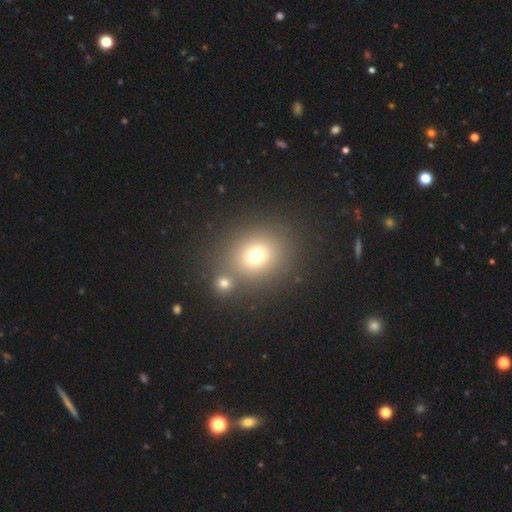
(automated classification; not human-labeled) Smooth or featured? Predicted: smooth (p=0.71). How rounded? Predicted: round (p=0.75). Merging? Predicted: none (p=0.66).